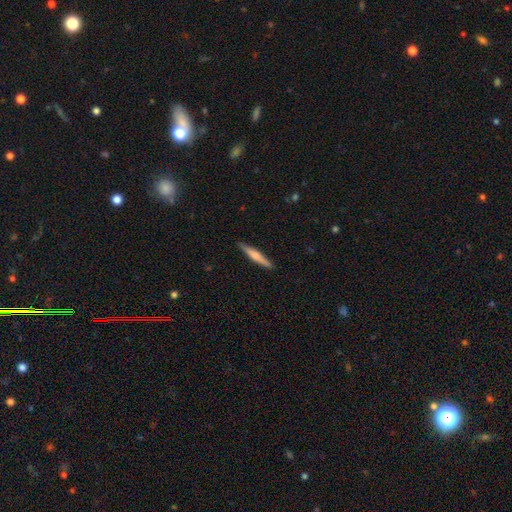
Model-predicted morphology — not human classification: type=smooth (49%); merging=none (90%).